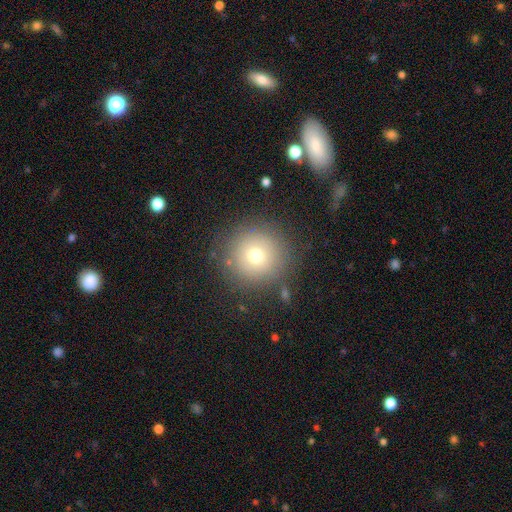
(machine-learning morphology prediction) Q: Smooth or featured?
A: smooth (71%); runner-up: star or artifact (15%)
Q: How rounded?
A: round (95%); runner-up: in between (4%)
Q: Merging?
A: none (84%); runner-up: minor disturbance (9%)